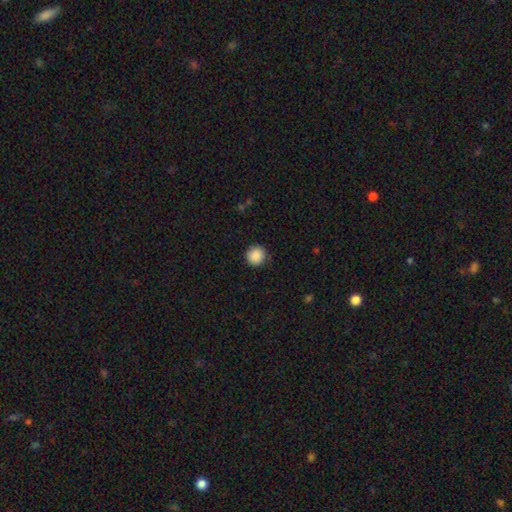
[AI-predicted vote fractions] Morphology: type=smooth (89%); roundness=round (94%); merging=none (86%).